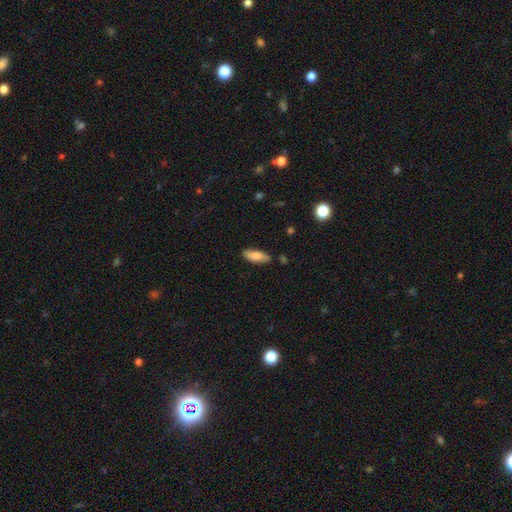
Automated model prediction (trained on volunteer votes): Smooth or featured?
  - smooth: 79% *
  - featured or disk: 14%
  - star or artifact: 6%
How rounded?
  - in between: 67% *
  - cigar-shaped: 31%
  - round: 2%
Merging?
  - none: 80% *
  - minor disturbance: 15%
  - major disturbance: 3%
  - merger: 2%